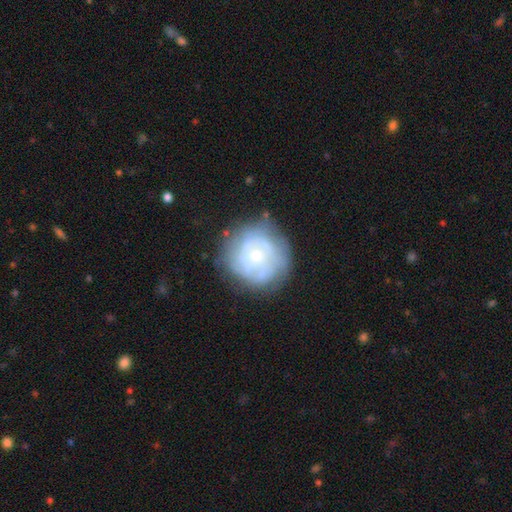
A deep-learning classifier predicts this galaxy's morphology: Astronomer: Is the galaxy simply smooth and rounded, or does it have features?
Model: featured or disk — 61%.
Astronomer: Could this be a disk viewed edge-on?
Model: no — 97%.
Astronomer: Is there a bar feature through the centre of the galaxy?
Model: no — 83%.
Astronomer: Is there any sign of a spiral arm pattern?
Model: yes — 61% (runner-up: no, 39%).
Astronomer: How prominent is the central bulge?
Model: small — 58% (runner-up: moderate, 36%).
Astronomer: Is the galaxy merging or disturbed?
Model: none — 73%.